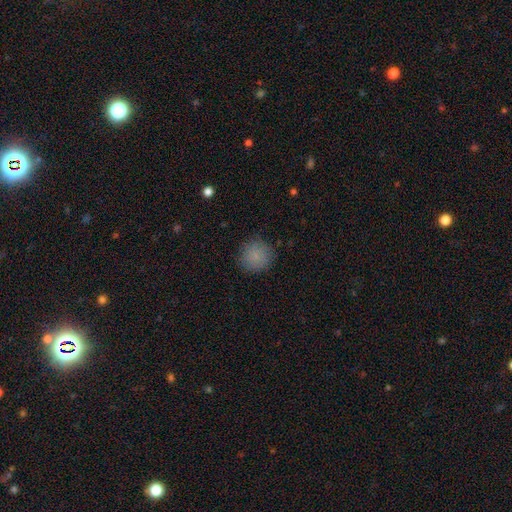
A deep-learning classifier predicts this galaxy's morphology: Q: Smooth or featured?
A: smooth (85%); runner-up: star or artifact (9%)
Q: How rounded?
A: round (92%); runner-up: in between (7%)
Q: Merging?
A: none (86%); runner-up: minor disturbance (10%)